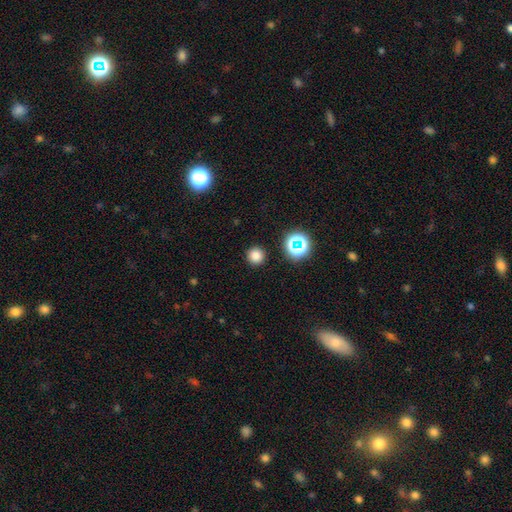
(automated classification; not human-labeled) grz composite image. It shows a smooth galaxy with no disk features (78%) that is round (95%). Merging: none (91%).